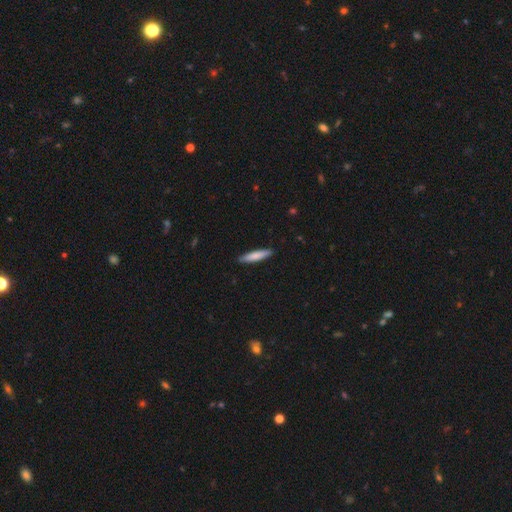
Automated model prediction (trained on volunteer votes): Q: Smooth or featured?
A: smooth (78%); runner-up: featured or disk (17%)
Q: How rounded?
A: cigar-shaped (87%); runner-up: in between (12%)
Q: Merging?
A: none (90%); runner-up: minor disturbance (8%)